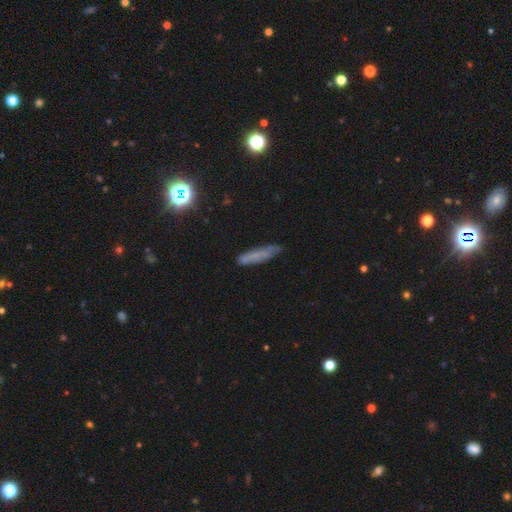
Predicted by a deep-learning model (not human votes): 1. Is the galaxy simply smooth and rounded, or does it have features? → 58% smooth, 27% featured or disk, 15% star or artifact.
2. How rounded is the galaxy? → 85% cigar-shaped, 12% in between, 3% round.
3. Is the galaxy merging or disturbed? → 71% none, 21% minor disturbance, 6% major disturbance, 3% merger.